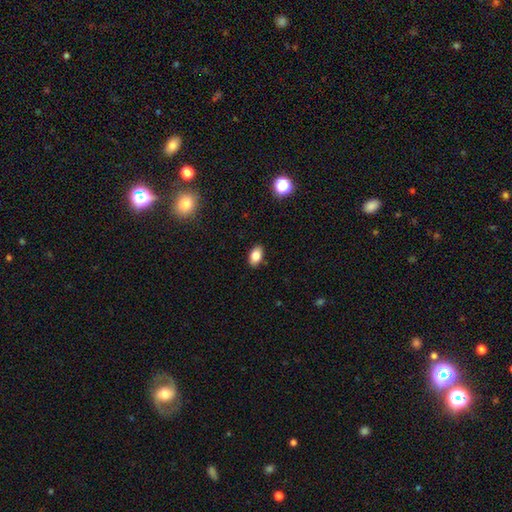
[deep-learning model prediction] Morphology: type=smooth (84%); roundness=in between (91%); merging=none (89%).